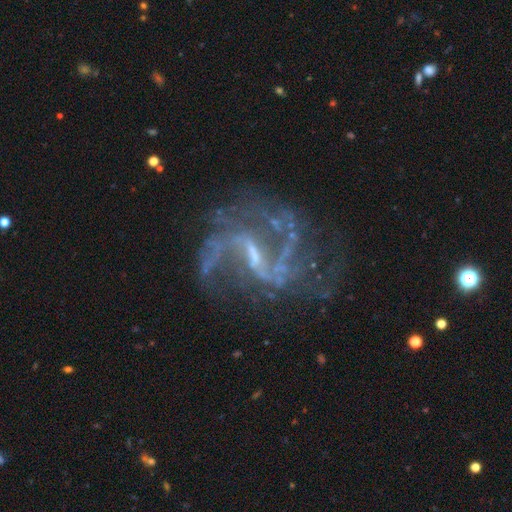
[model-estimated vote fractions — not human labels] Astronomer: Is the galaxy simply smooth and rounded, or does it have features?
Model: featured or disk — 89%.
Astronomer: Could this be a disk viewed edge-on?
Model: no — 98%.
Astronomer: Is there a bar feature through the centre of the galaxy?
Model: weak — 53% (runner-up: strong, 33%).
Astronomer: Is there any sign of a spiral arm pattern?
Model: yes — 95%.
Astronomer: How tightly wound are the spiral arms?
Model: loose — 56% (runner-up: medium, 35%).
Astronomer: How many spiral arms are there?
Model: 2 — 67%.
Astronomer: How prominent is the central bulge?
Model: small — 60%.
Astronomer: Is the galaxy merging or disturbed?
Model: none — 57%.